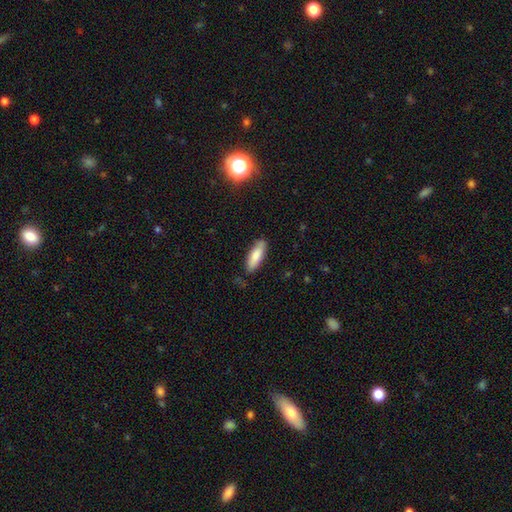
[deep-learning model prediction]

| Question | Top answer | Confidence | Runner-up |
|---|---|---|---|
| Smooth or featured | smooth | 82% | featured or disk (12%) |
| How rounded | in between | 56% | cigar-shaped (42%) |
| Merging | none | 82% | minor disturbance (14%) |